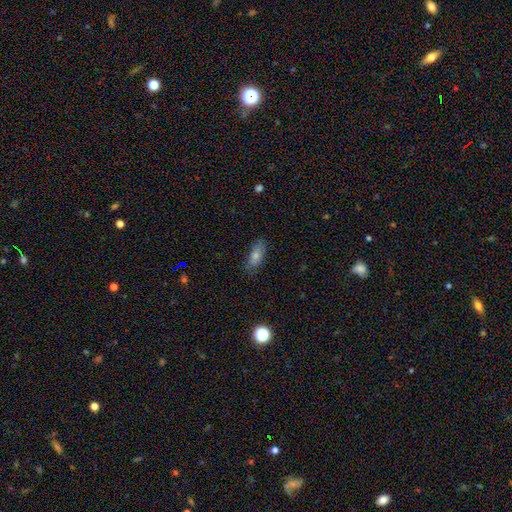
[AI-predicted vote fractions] smooth-or-featured: smooth: 63% | featured or disk: 22% | star or artifact: 15%
  how-rounded: in between: 71% | cigar-shaped: 24% | round: 5%
  merging: none: 82% | minor disturbance: 13% | major disturbance: 3% | merger: 1%